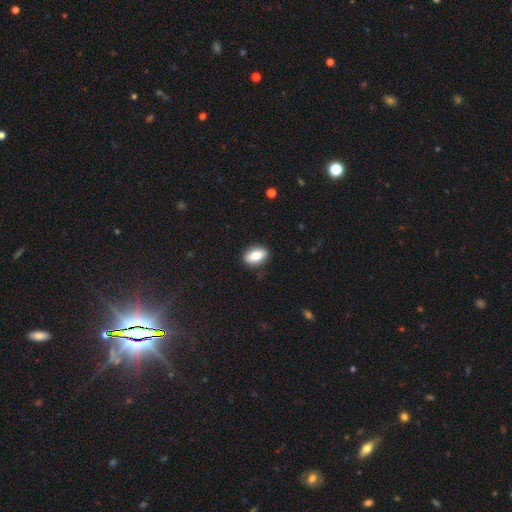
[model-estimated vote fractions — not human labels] smooth_or_featured: smooth (p=0.78) [alt: featured or disk p=0.15]
how_rounded: in between (p=0.86) [alt: round p=0.09]
merging: none (p=0.88) [alt: minor disturbance p=0.09]